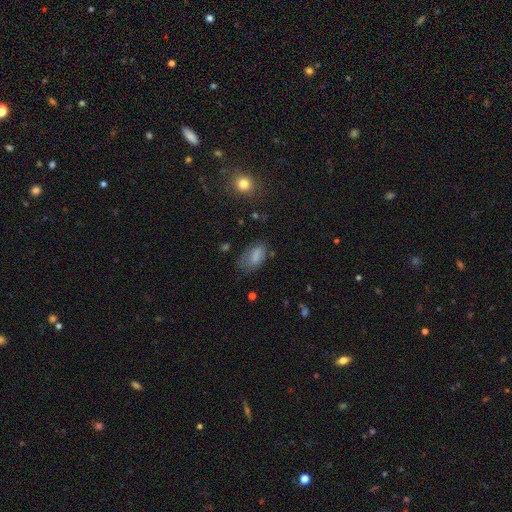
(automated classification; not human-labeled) A smooth galaxy with no disk features (75%) that is in between round and cigar-shaped (90%). Merging: none (51%).